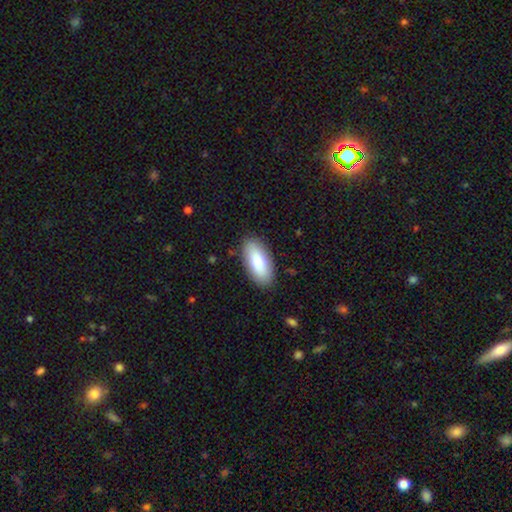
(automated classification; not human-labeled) A smooth galaxy with no disk features (77%) that is in between round and cigar-shaped (88%).

Vote fractions:
- Smooth or featured? smooth: 77% / featured or disk: 17% / star or artifact: 6%
- How rounded? in between: 88% / cigar-shaped: 10% / round: 2%
- Merging? none: 87% / minor disturbance: 10% / major disturbance: 2% / merger: 1%